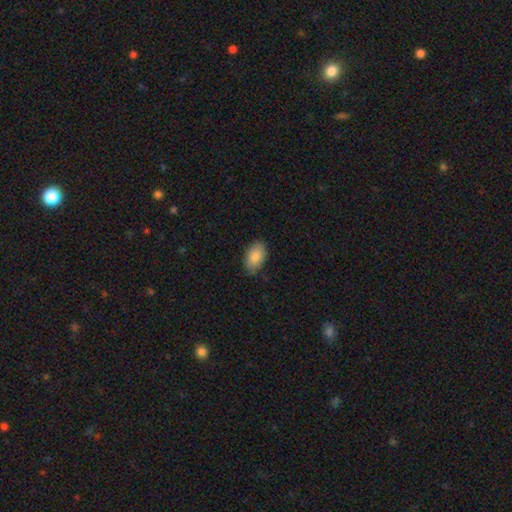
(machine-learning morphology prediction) smooth-or-featured: smooth: 85% | featured or disk: 9% | star or artifact: 6%
  how-rounded: in between: 92% | round: 6% | cigar-shaped: 1%
  merging: none: 80% | minor disturbance: 16% | major disturbance: 3% | merger: 1%